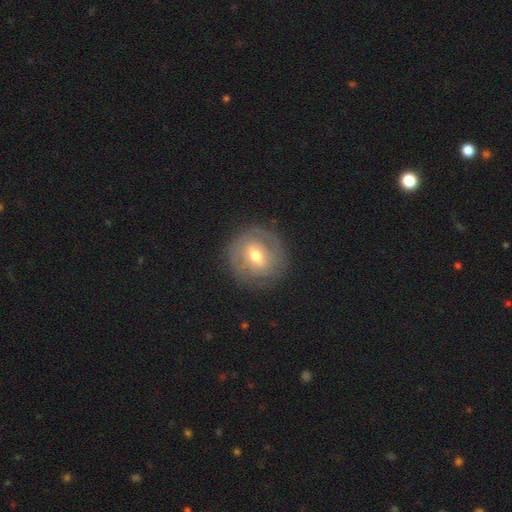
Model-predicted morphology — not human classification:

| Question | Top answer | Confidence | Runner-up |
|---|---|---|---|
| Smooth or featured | featured or disk | 61% | smooth (32%) |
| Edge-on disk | no | 95% | yes (5%) |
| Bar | weak | 47% | no (30%) |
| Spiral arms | yes | 57% | no (43%) |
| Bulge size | moderate | 72% | small (19%) |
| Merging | none | 80% | minor disturbance (13%) |